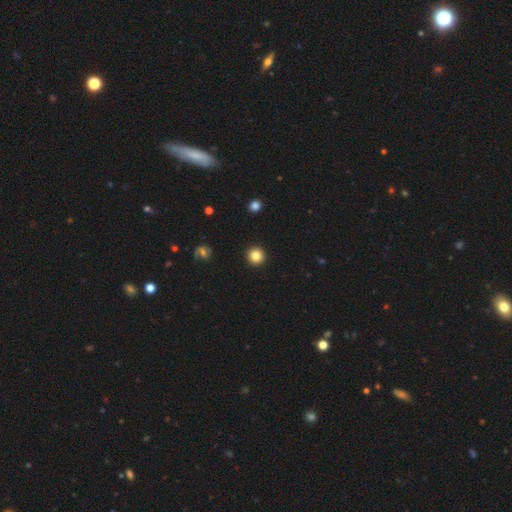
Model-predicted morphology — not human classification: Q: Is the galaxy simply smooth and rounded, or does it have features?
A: smooth — 84%.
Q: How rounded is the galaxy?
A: round — 95%.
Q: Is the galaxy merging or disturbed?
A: none — 93%.